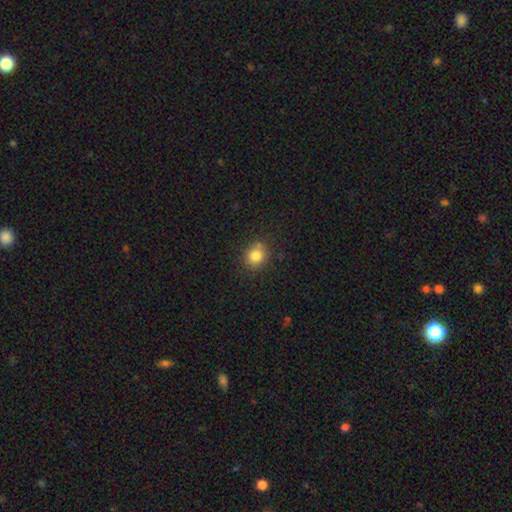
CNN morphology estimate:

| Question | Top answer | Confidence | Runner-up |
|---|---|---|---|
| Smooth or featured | smooth | 83% | star or artifact (11%) |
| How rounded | round | 79% | in between (20%) |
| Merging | none | 78% | minor disturbance (14%) |